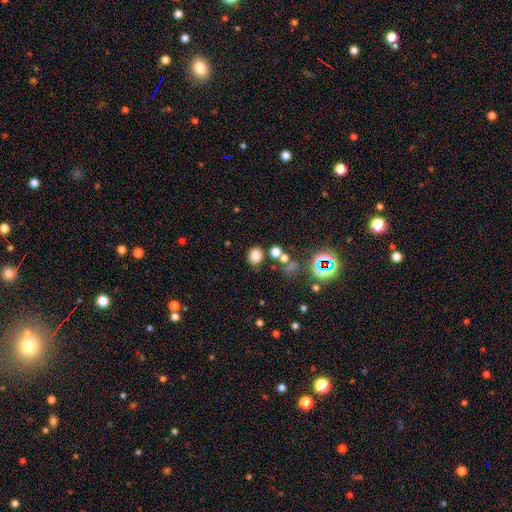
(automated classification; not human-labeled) smooth_or_featured: smooth (p=0.78) [alt: star or artifact p=0.16]
how_rounded: round (p=0.72) [alt: in between p=0.27]
merging: none (p=0.75) [alt: minor disturbance p=0.11]